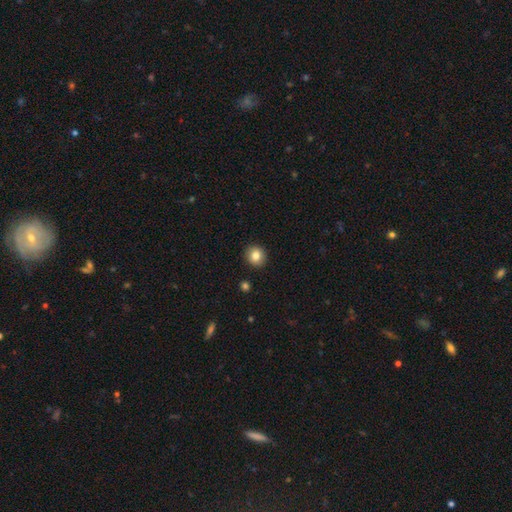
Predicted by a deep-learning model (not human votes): smooth_or_featured: smooth (p=0.84) [alt: star or artifact p=0.09]
how_rounded: round (p=0.85) [alt: in between p=0.14]
merging: none (p=0.92) [alt: minor disturbance p=0.05]